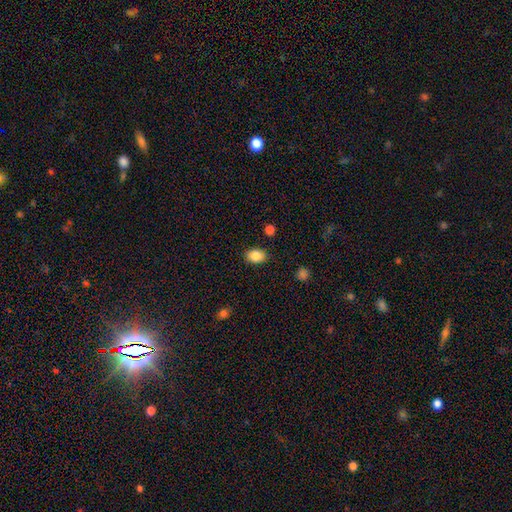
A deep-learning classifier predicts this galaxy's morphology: Overall: smooth (86%). How rounded: in between (77%). Merging: none (87%).